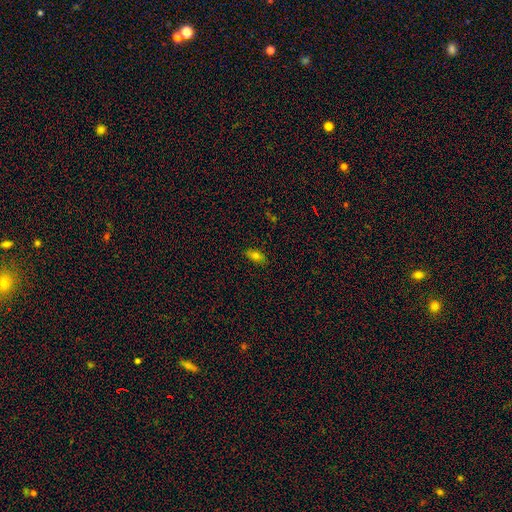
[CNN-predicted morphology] A smooth galaxy with no disk features (76%) that is in between round and cigar-shaped (86%).

Vote fractions:
- Smooth or featured? smooth: 76% / star or artifact: 13% / featured or disk: 11%
- How rounded? in between: 86% / round: 9% / cigar-shaped: 5%
- Merging? none: 82% / minor disturbance: 14% / major disturbance: 3% / merger: 1%